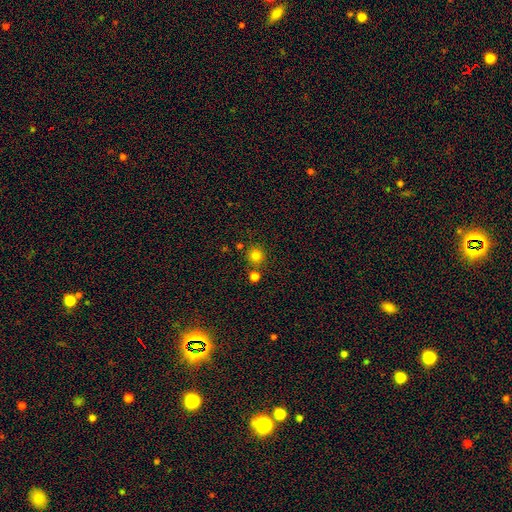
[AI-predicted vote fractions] This appears to be a smooth galaxy with no disk features (80%) that is round (92%). Merging: none (76%).